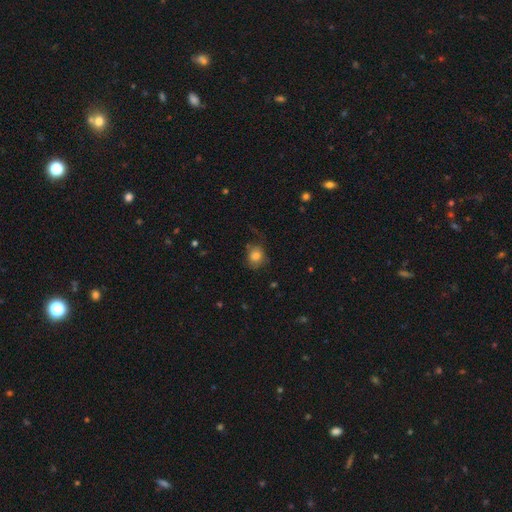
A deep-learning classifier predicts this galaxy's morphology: Smooth or featured?
  - smooth: 79% *
  - featured or disk: 11%
  - star or artifact: 11%
How rounded?
  - round: 70% *
  - in between: 29%
  - cigar-shaped: 1%
Merging?
  - none: 65% *
  - minor disturbance: 24%
  - major disturbance: 9%
  - merger: 2%